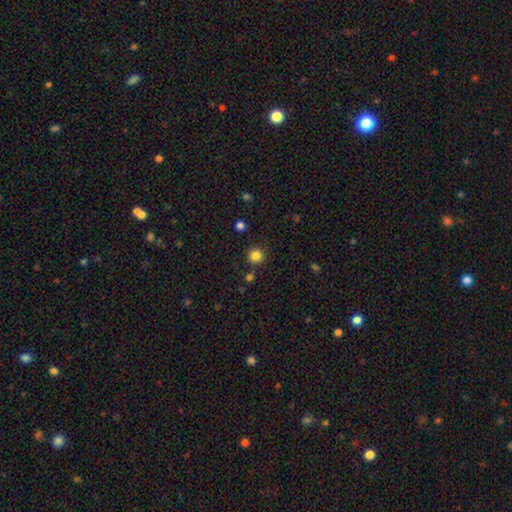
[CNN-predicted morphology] Smooth or featured? Predicted: smooth (p=0.84). How rounded? Predicted: round (p=0.94). Merging? Predicted: none (p=0.88).